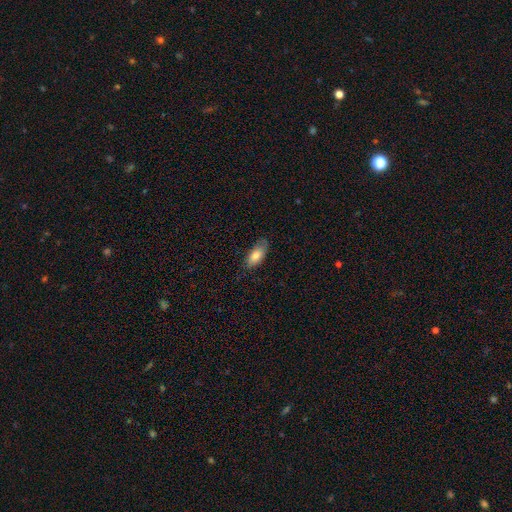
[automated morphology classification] Smooth or featured? Predicted: smooth (p=0.80). How rounded? Predicted: in between (p=0.87). Merging? Predicted: none (p=0.71).